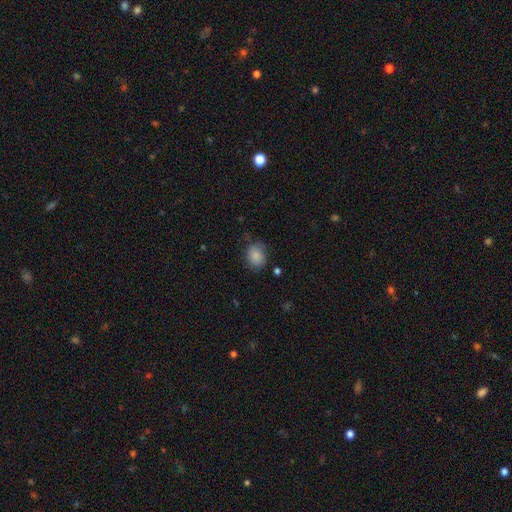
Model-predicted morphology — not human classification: Overall: smooth (85%). How rounded: round (56%; in between 43%). Merging: none (71%).